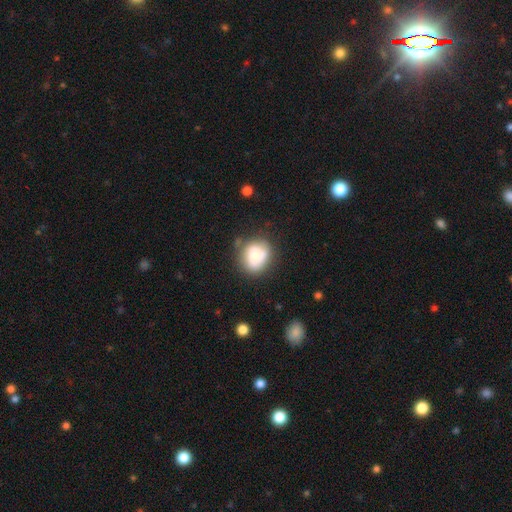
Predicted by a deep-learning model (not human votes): Smooth or featured? Predicted: smooth (p=0.59). How rounded? Predicted: round (p=0.65). Merging? Predicted: none (p=0.60).